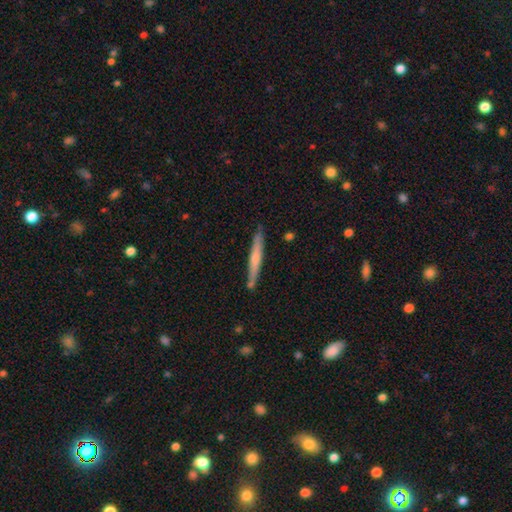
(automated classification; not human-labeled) Overall: featured or disk (61%; smooth 30%). Edge-on disk: yes (96%). Edge-on bulge: rounded (69%). Merging: none (88%).